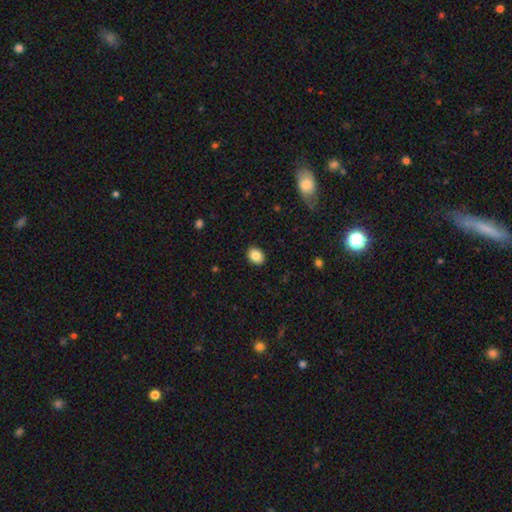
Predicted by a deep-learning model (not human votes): smooth 85%, star or artifact 8%, featured or disk 6%. Down the decision tree: how rounded — in between (63%); merging — none (89%).